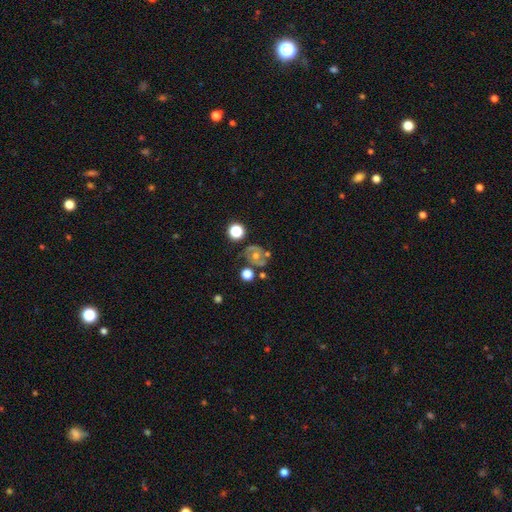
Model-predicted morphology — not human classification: smooth-or-featured: featured or disk: 59% | smooth: 23% | star or artifact: 19%
  disk-edge-on: no: 97% | yes: 3%
    bar: no: 78% | weak: 17% | strong: 5%
    has-spiral-arms: yes: 76% | no: 24%
    bulge-size: moderate: 55% | small: 37% | large: 4% | none: 3% | dominant: 2%
  merging: none: 65% | minor disturbance: 16% | merger: 10% | major disturbance: 9%